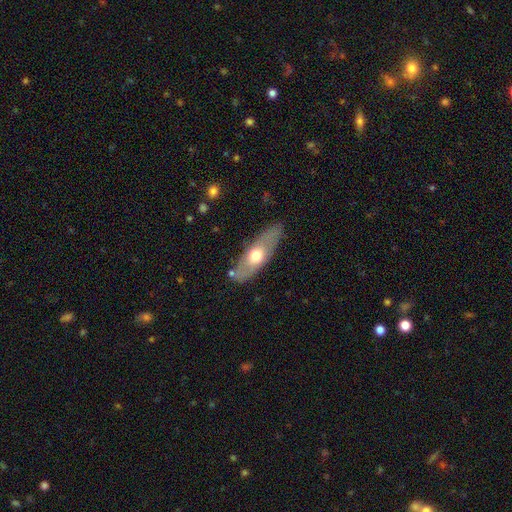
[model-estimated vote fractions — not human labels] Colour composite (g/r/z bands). It shows a smooth galaxy with no disk features (50%). Merging: none (78%).